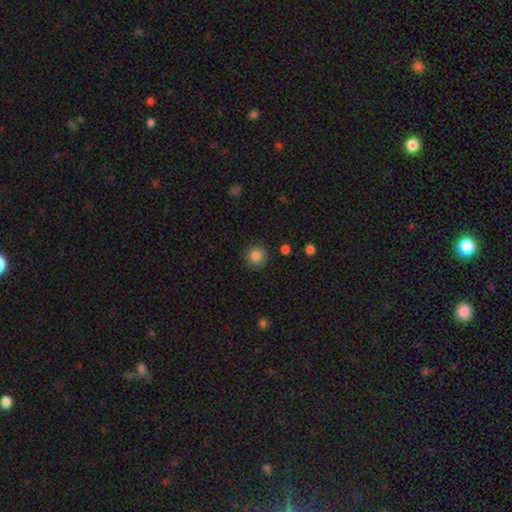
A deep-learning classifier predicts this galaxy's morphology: Overall: smooth (85%). How rounded: round (94%). Merging: none (86%).